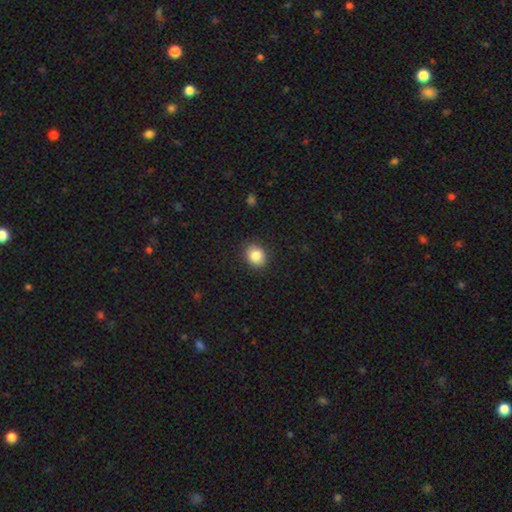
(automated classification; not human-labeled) This is clearly a smooth galaxy (85%). How rounded: possibly round (60%). Merging: clearly none (88%).